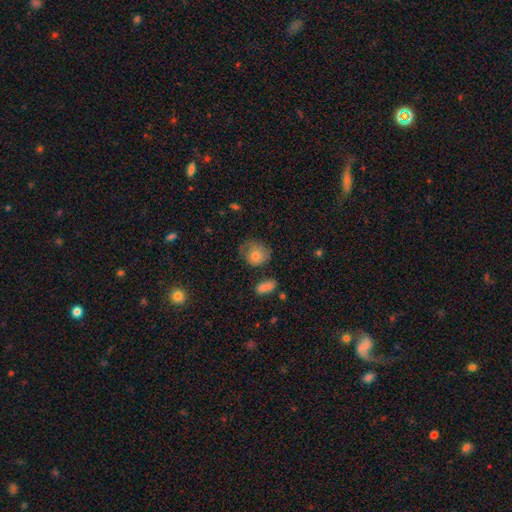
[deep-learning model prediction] Q: Smooth or featured?
A: smooth (70%); runner-up: featured or disk (21%)
Q: How rounded?
A: round (72%); runner-up: in between (26%)
Q: Merging?
A: none (54%); runner-up: minor disturbance (28%)